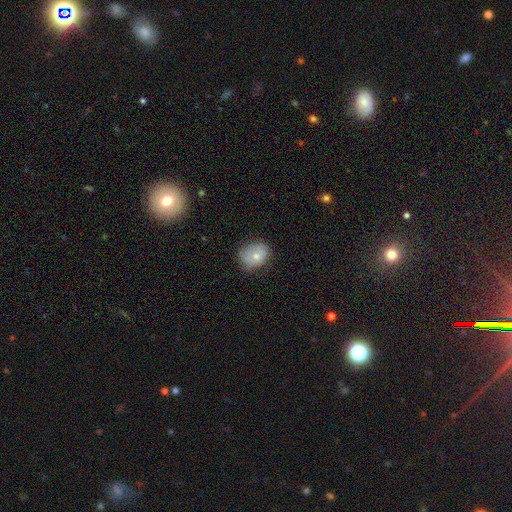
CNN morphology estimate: Smooth or featured?
  - smooth: 72% *
  - featured or disk: 19%
  - star or artifact: 9%
How rounded?
  - round: 54% *
  - in between: 45%
  - cigar-shaped: 1%
Merging?
  - none: 69% *
  - minor disturbance: 24%
  - major disturbance: 6%
  - merger: 1%